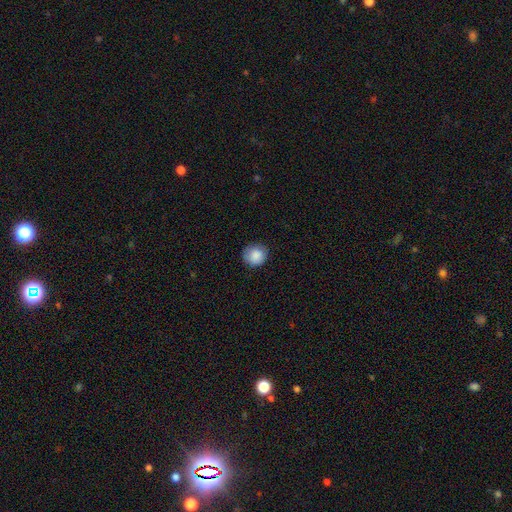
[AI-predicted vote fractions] Overall: smooth (87%). How rounded: round (89%). Merging: none (83%).